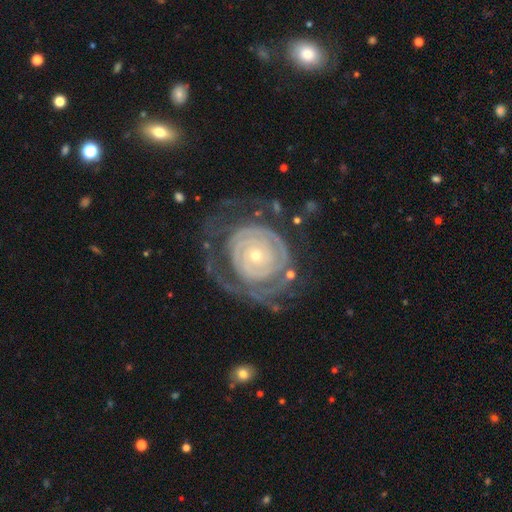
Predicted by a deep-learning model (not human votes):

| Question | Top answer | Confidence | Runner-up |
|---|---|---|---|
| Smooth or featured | featured or disk | 87% | smooth (8%) |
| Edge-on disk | no | 97% | yes (3%) |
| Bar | no | 80% | weak (14%) |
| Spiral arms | yes | 93% | no (7%) |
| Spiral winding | tight | 82% | medium (13%) |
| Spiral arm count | can't tell | 34% | 2 (28%) |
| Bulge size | small | 75% | moderate (21%) |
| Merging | none | 58% | major disturbance (22%) |